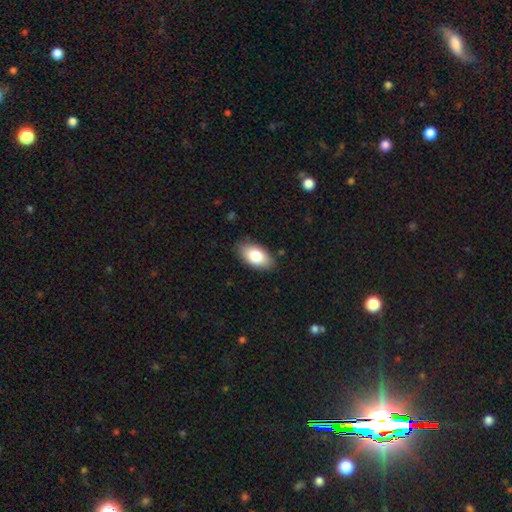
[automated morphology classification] Smooth or featured? Predicted: smooth (p=0.81). How rounded? Predicted: in between (p=0.94). Merging? Predicted: none (p=0.85).